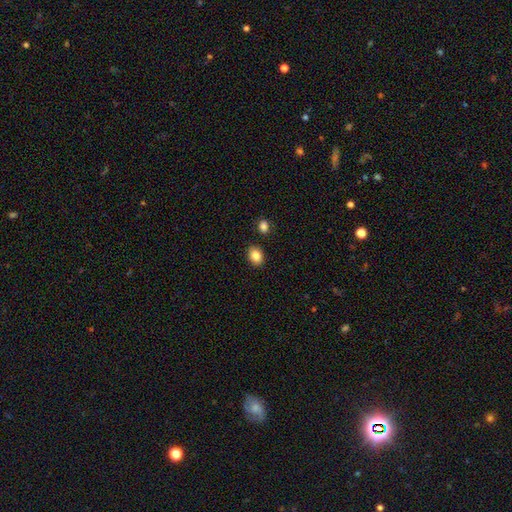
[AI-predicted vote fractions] smooth 86%, star or artifact 9%, featured or disk 5%. Down the decision tree: how rounded — in between (67%); merging — none (87%).